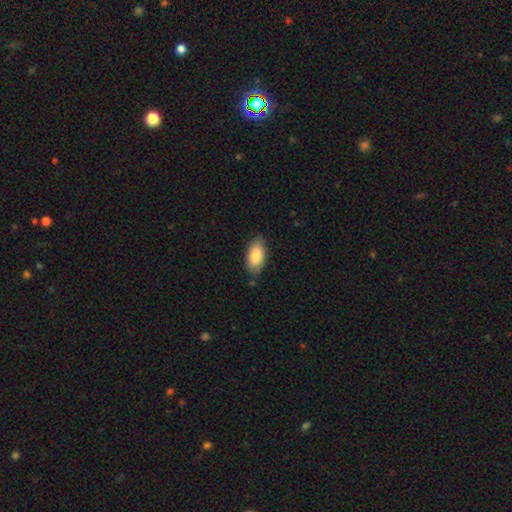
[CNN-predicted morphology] Overall: smooth (85%). How rounded: in between (93%). Merging: none (81%).